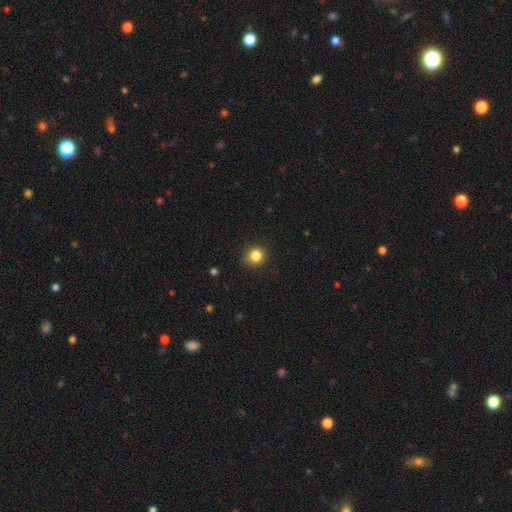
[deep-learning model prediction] Morphology: type=smooth (84%); roundness=round (90%); merging=none (87%).